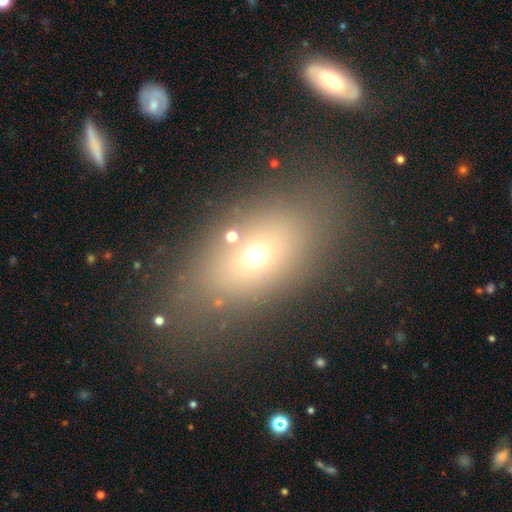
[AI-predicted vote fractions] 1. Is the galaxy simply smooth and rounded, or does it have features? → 63% smooth, 19% featured or disk, 18% star or artifact.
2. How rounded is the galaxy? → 75% in between, 20% round, 5% cigar-shaped.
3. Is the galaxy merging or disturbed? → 72% none, 13% minor disturbance, 8% major disturbance, 7% merger.